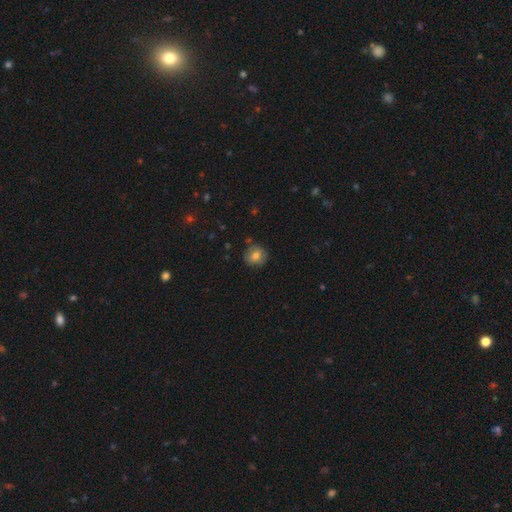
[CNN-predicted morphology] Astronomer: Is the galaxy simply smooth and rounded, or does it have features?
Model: smooth — 76%.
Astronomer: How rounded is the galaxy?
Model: round — 89%.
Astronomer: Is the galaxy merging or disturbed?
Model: none — 82%.